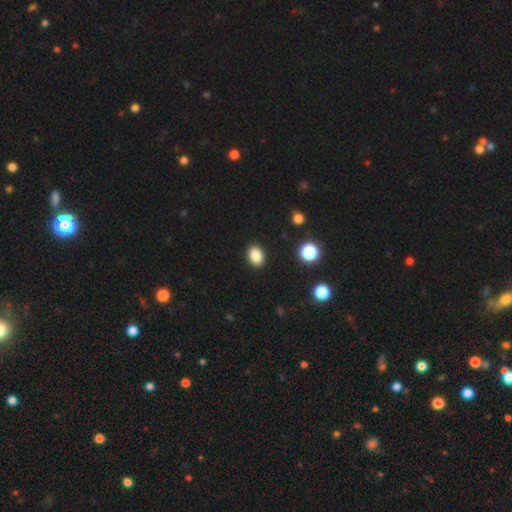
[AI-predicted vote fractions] Smooth or featured? Predicted: smooth (p=0.86). How rounded? Predicted: in between (p=0.73). Merging? Predicted: none (p=0.90).